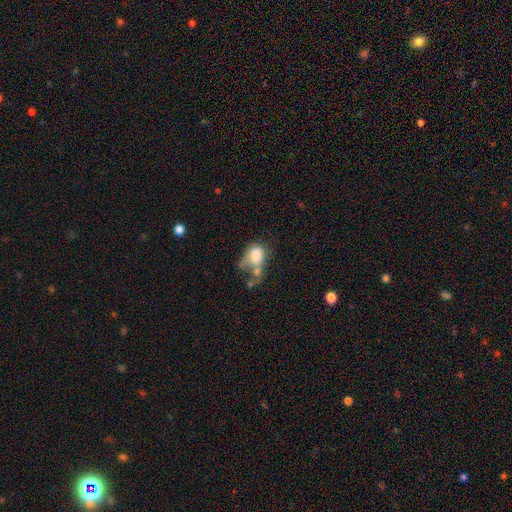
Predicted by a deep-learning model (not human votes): This is likely a smooth galaxy (67%). How rounded: likely in between (72%). Merging: marginally merger (38%).